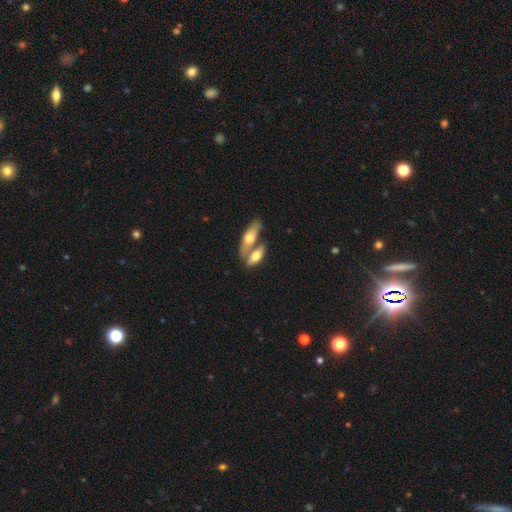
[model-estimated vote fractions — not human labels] Smooth or featured? smooth (61%)
How rounded? in between (71%)
Merging? merger (53%)